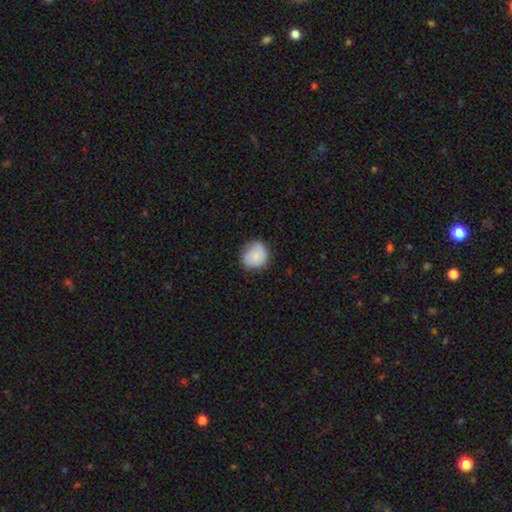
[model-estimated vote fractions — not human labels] smooth 79%, featured or disk 14%, star or artifact 7%. Down the decision tree: how rounded — round (79%); merging — none (71%).